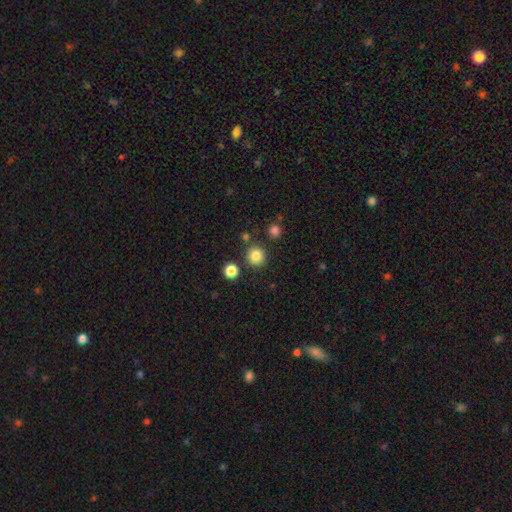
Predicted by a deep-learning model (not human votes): Morphology: type=smooth (84%); roundness=round (93%); merging=none (86%).